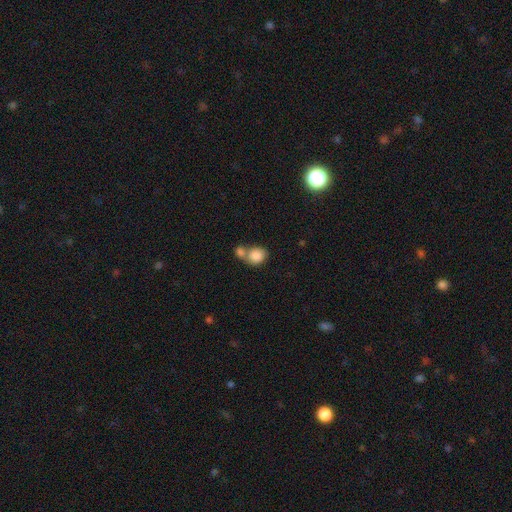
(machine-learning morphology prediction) This is clearly a smooth galaxy (85%). How rounded: likely round (66%). Merging: possibly merger (57%).